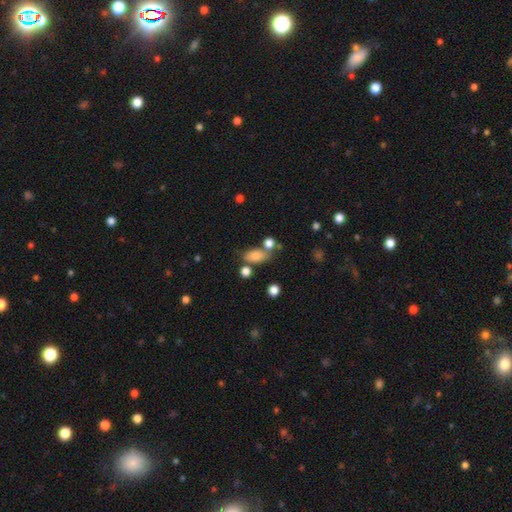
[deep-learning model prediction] The model was most divided on "merging": none: 57%, merger: 18%, minor disturbance: 18%, major disturbance: 8%. More confident: how rounded — in between (85%); smooth or featured — smooth (80%).